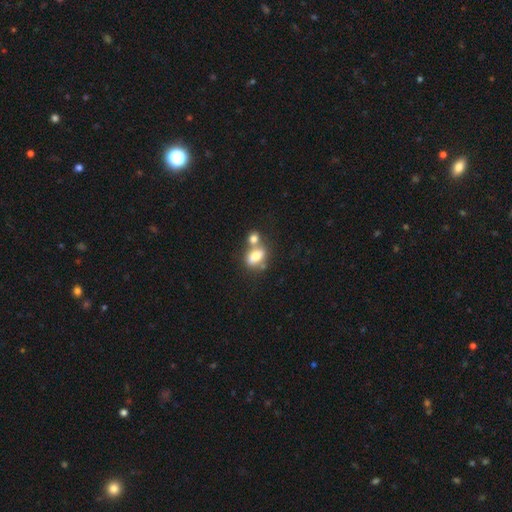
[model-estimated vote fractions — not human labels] Smooth or featured? smooth (70%)
How rounded? in between (77%)
Merging? merger (48%)